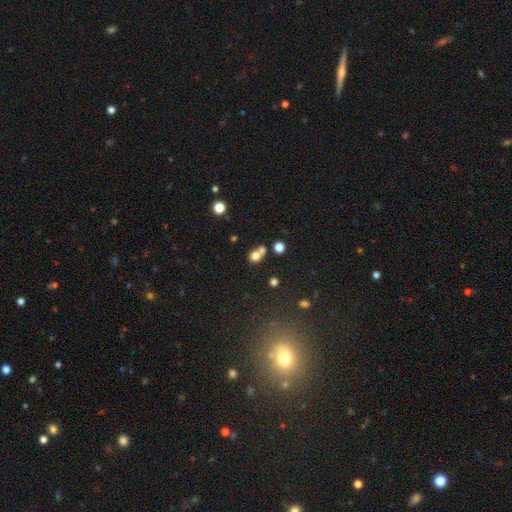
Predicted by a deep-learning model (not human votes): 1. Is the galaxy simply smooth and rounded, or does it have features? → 75% smooth, 15% star or artifact, 10% featured or disk.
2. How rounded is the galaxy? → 79% round, 20% in between, 1% cigar-shaped.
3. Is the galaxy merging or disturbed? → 45% none, 43% merger, 8% minor disturbance, 4% major disturbance.